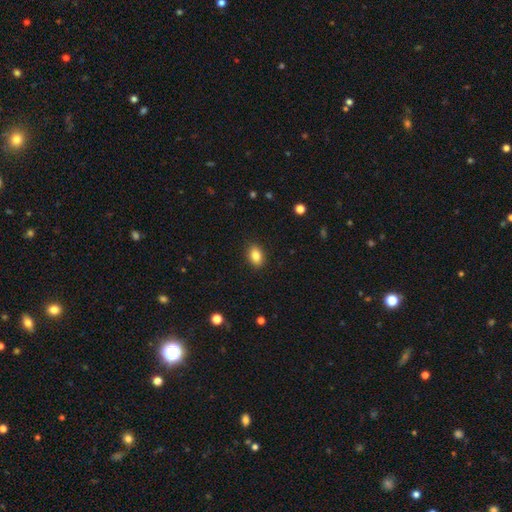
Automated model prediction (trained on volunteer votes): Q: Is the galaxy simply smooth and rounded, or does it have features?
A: smooth — 84%.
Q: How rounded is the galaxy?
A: in between — 81%.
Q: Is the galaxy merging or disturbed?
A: none — 89%.